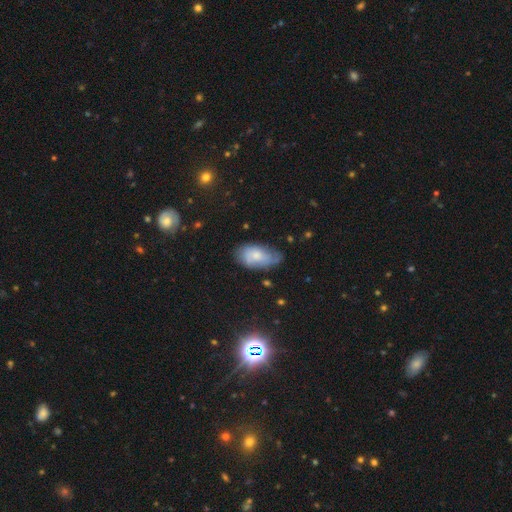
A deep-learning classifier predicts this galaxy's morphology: Smooth or featured: smooth — 64% (featured or disk — 28%)
How rounded: in between — 93% (round — 4%)
Merging: none — 55% (minor disturbance — 33%)